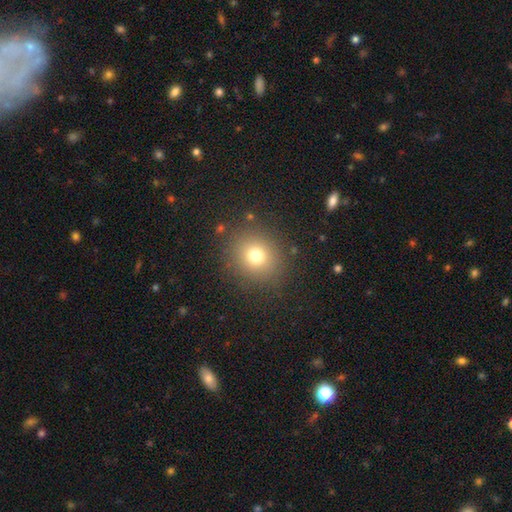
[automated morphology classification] Smooth or featured?
  - smooth: 73% *
  - star or artifact: 17%
  - featured or disk: 10%
How rounded?
  - round: 86% *
  - in between: 13%
  - cigar-shaped: 1%
Merging?
  - none: 87% *
  - minor disturbance: 7%
  - major disturbance: 4%
  - merger: 2%